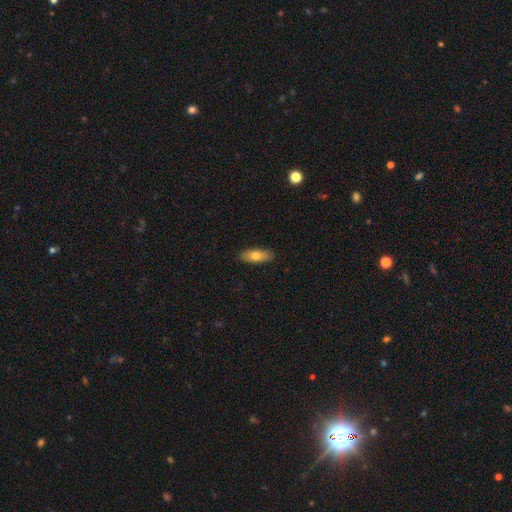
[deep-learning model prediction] smooth-or-featured: smooth: 71% | featured or disk: 22% | star or artifact: 6%
  how-rounded: in between: 71% | cigar-shaped: 26% | round: 3%
  merging: none: 89% | minor disturbance: 8% | major disturbance: 2% | merger: 1%